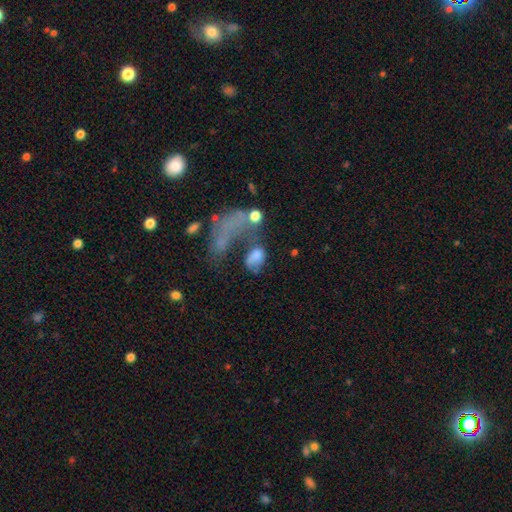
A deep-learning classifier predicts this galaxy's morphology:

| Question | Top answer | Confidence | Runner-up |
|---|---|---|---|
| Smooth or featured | smooth | 63% | featured or disk (24%) |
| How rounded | in between | 70% | round (26%) |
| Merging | major disturbance | 38% | merger (32%) |